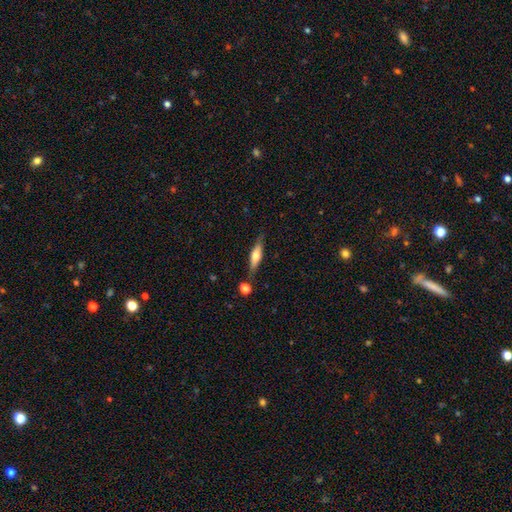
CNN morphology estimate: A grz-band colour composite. It shows a smooth galaxy with no disk features (47%). Merging: none (78%).